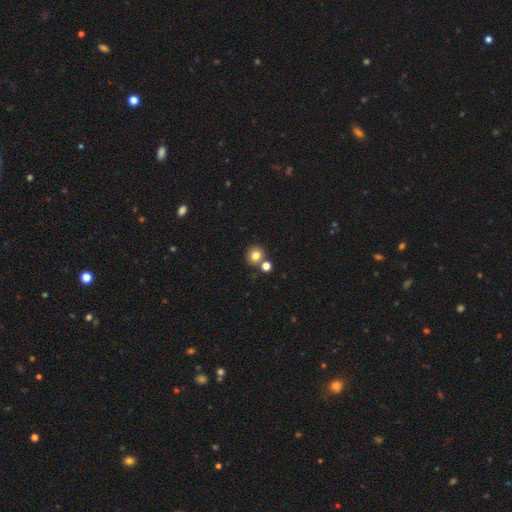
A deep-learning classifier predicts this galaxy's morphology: Overall: smooth (79%). How rounded: round (84%). Merging: none (70%).